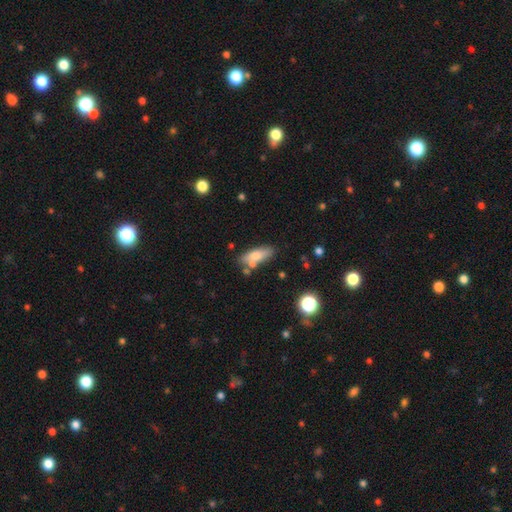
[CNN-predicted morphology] A smooth galaxy with no disk features (70%) that is in between round and cigar-shaped (62%).

Vote fractions:
- Smooth or featured? smooth: 70% / featured or disk: 21% / star or artifact: 8%
- How rounded? in between: 62% / cigar-shaped: 35% / round: 3%
- Merging? none: 68% / minor disturbance: 16% / merger: 13% / major disturbance: 4%